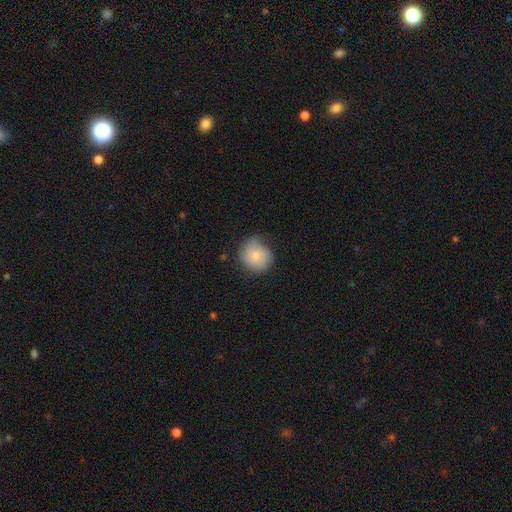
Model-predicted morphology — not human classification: smooth-or-featured: smooth: 75% | featured or disk: 18% | star or artifact: 8%
  how-rounded: round: 84% | in between: 15% | cigar-shaped: 1%
  merging: none: 57% | minor disturbance: 32% | major disturbance: 10% | merger: 2%